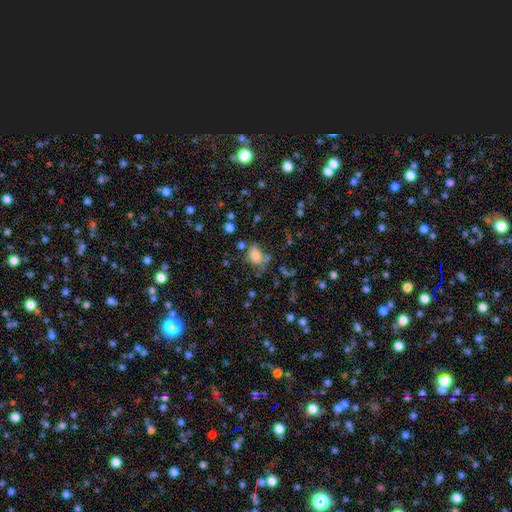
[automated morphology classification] smooth-or-featured: smooth: 70% | star or artifact: 18% | featured or disk: 12%
  how-rounded: in between: 56% | round: 43% | cigar-shaped: 2%
  merging: none: 50% | minor disturbance: 22% | merger: 15% | major disturbance: 14%